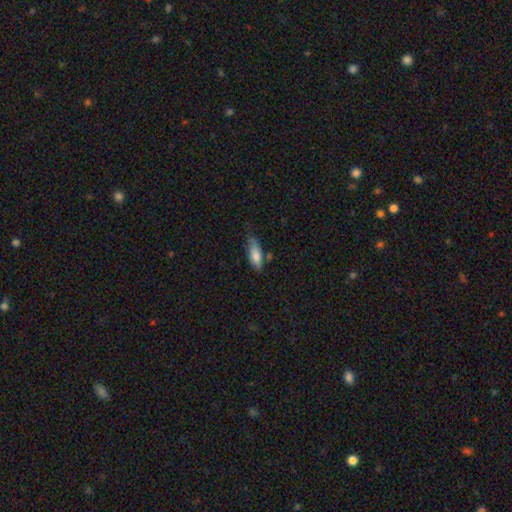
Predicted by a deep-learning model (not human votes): This is likely a smooth galaxy (78%). How rounded: likely in between (67%). Merging: possibly none (55%).